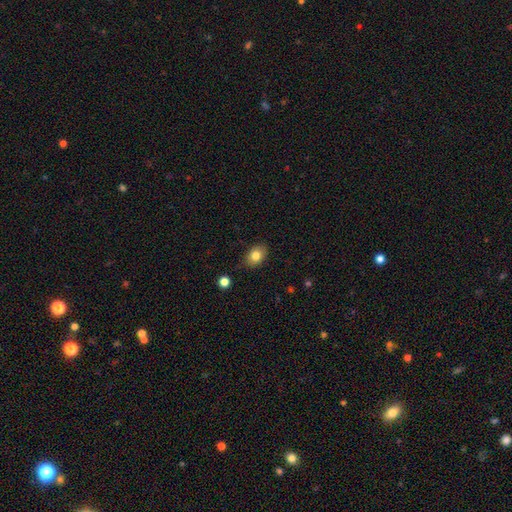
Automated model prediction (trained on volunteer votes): This appears to be a smooth galaxy with no disk features (81%) that is in between round and cigar-shaped (69%). Merging: none (79%).